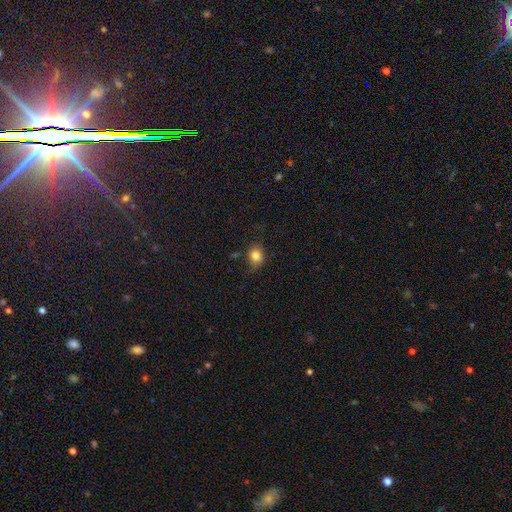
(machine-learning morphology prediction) This appears to be a smooth galaxy with no disk features (82%) that is round (67%). Merging: none (74%).